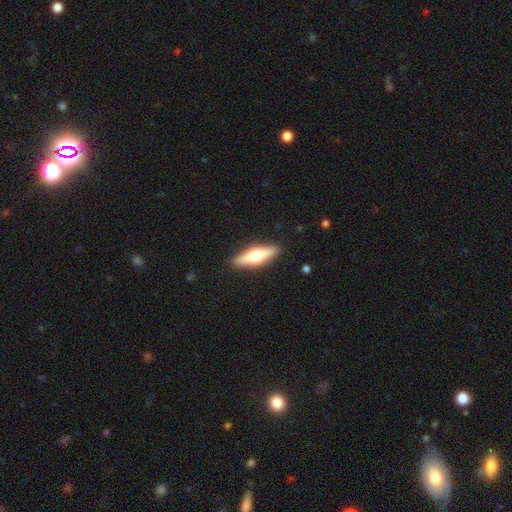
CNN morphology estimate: smooth_or_featured: featured or disk (p=0.52) [alt: smooth p=0.42]
disk_edge_on: yes (p=0.93) [alt: no p=0.07]
merging: none (p=0.90) [alt: minor disturbance p=0.07]